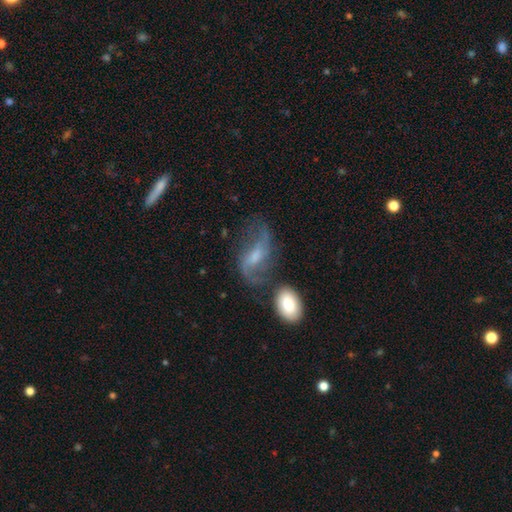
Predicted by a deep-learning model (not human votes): smooth-or-featured: featured or disk: 74% | smooth: 16% | star or artifact: 9%
  disk-edge-on: no: 94% | yes: 6%
    bar: weak: 50% | no: 27% | strong: 23%
    has-spiral-arms: yes: 90% | no: 10%
      spiral-winding: loose: 63% | medium: 29% | tight: 8%
      spiral-arm-count: 2: 87% | can't tell: 6% | 1: 3% | 3: 2% | 4: 1% | more than 4: 1%
    bulge-size: small: 41% (tied) | moderate: 41% (tied) | none: 10% | large: 7% | dominant: 2%
  merging: none: 54% | minor disturbance: 20% | major disturbance: 15% | merger: 11%